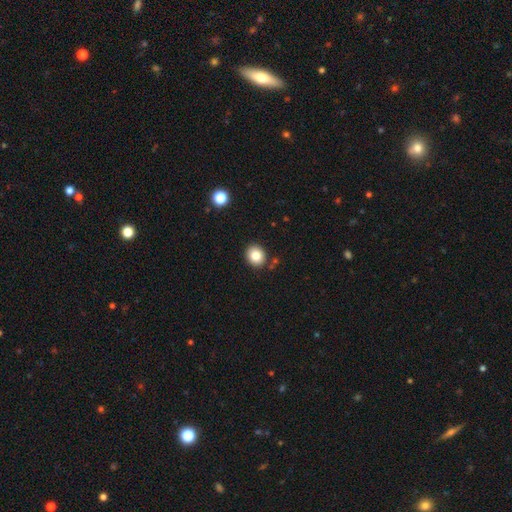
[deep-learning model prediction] Smooth or featured? smooth (82%)
How rounded? round (73%)
Merging? none (87%)